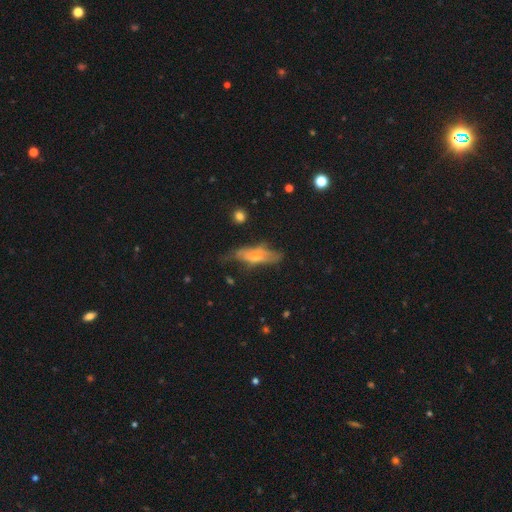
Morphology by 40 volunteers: smooth-or-featured: featured or disk: 75% | smooth: 15% | star or artifact: 10%
  disk-edge-on: no: 57% | yes: 43%
    bar: no: 71% | weak: 18% | strong: 12%
    has-spiral-arms: no: 65% | yes: 35%
    bulge-size: moderate: 59% | small: 29% | dominant: 6% | none: 6% | large: 0%
  merging: minor disturbance: 42% | none: 33% | major disturbance: 22% | merger: 3%